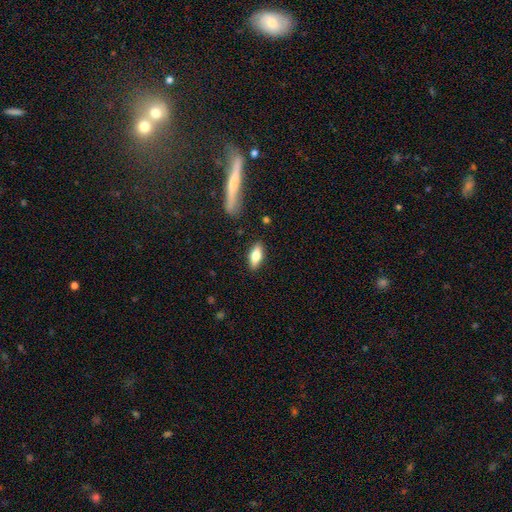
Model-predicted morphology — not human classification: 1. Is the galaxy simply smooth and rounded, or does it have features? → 68% smooth, 25% featured or disk, 7% star or artifact.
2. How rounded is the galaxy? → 72% in between, 25% cigar-shaped, 3% round.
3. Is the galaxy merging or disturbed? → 86% none, 9% minor disturbance, 2% major disturbance, 2% merger.